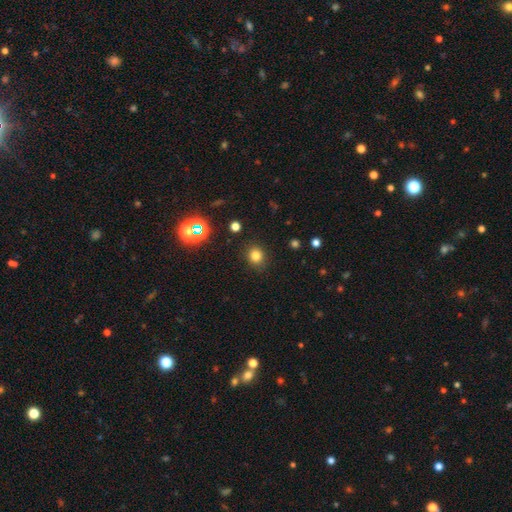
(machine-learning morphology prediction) This is likely a smooth galaxy (79%). How rounded: clearly round (81%). Merging: clearly none (88%).